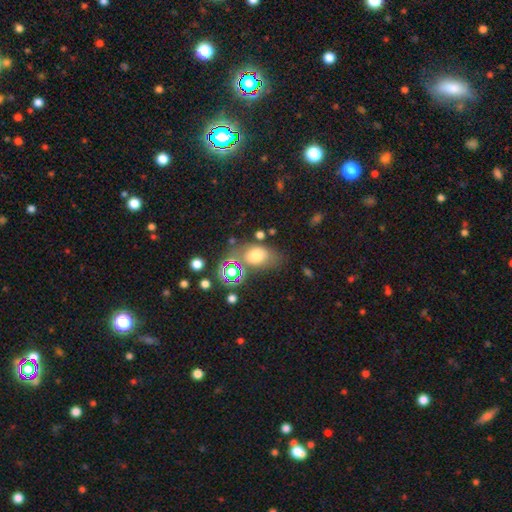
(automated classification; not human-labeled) A smooth galaxy with no disk features (68%) that is in between round and cigar-shaped (75%).

Vote fractions:
- Smooth or featured? smooth: 68% / star or artifact: 17% / featured or disk: 15%
- How rounded? in between: 75% / round: 23% / cigar-shaped: 2%
- Merging? none: 58% / minor disturbance: 20% / merger: 12% / major disturbance: 10%